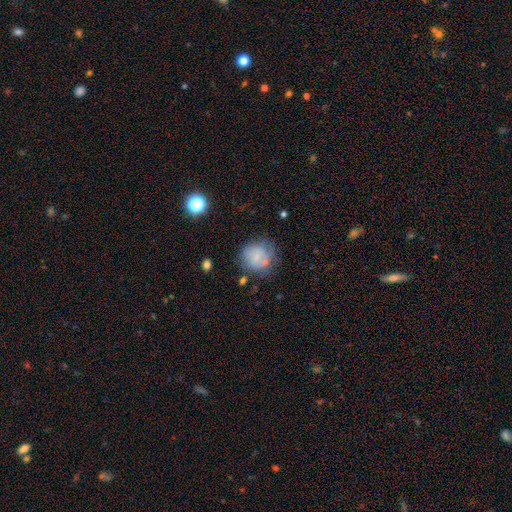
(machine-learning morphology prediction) Q: Smooth or featured?
A: smooth (70%); runner-up: featured or disk (20%)
Q: How rounded?
A: round (85%); runner-up: in between (14%)
Q: Merging?
A: none (59%); runner-up: minor disturbance (23%)